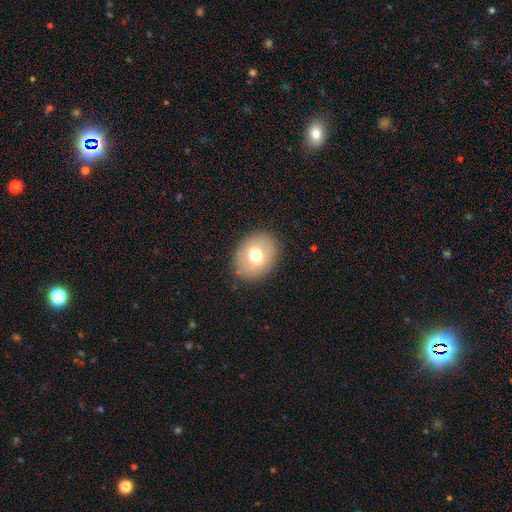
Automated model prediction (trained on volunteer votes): smooth-or-featured: smooth: 68% | featured or disk: 21% | star or artifact: 11%
  how-rounded: round: 54% | in between: 45% | cigar-shaped: 1%
  merging: none: 86% | minor disturbance: 9% | major disturbance: 3% | merger: 1%